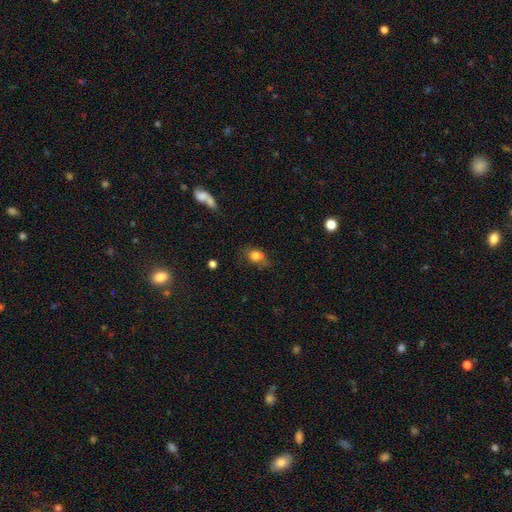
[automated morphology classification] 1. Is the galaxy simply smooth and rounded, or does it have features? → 77% smooth, 12% featured or disk, 11% star or artifact.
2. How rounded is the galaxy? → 55% in between, 43% round, 2% cigar-shaped.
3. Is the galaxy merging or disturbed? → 46% none, 31% minor disturbance, 19% major disturbance, 4% merger.